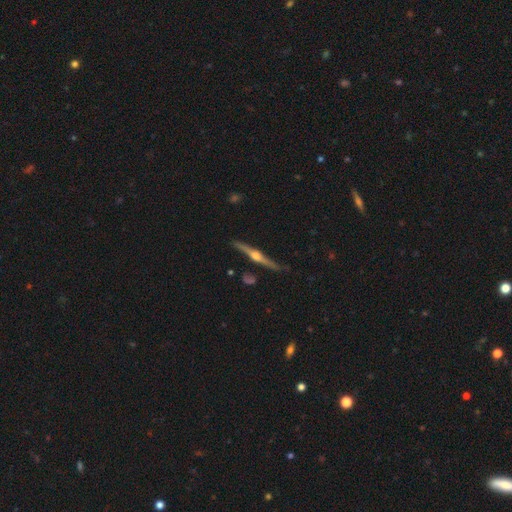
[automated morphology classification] This is clearly a featured or disk galaxy (84%). It is clearly viewed edge-on (98%). Edge-on bulge: clearly rounded (95%). Merging: clearly none (85%).